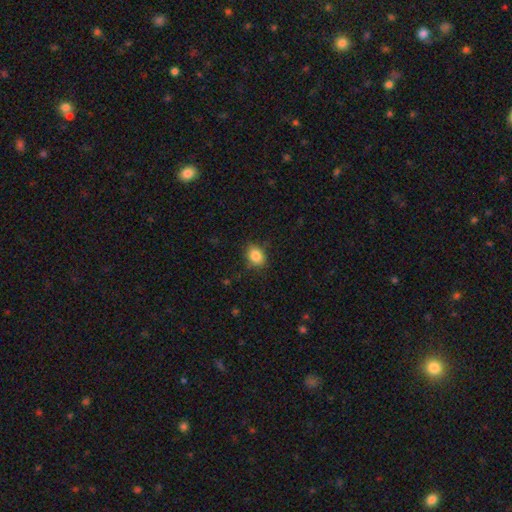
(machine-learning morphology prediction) Q: Smooth or featured?
A: smooth (86%); runner-up: star or artifact (9%)
Q: How rounded?
A: in between (51%); runner-up: round (48%)
Q: Merging?
A: none (82%); runner-up: minor disturbance (13%)